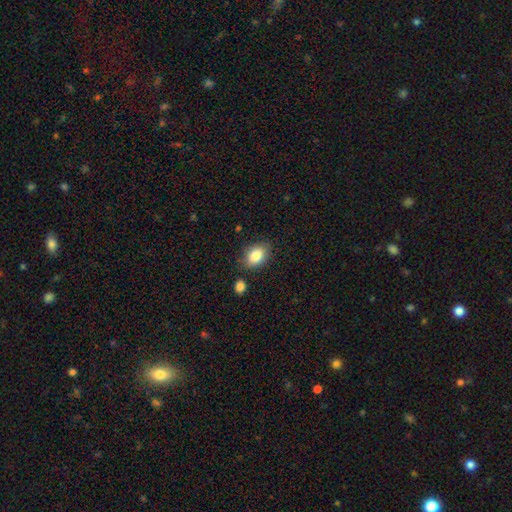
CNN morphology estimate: A smooth galaxy with no disk features (84%) that is in between round and cigar-shaped (81%). Merging: none (80%).